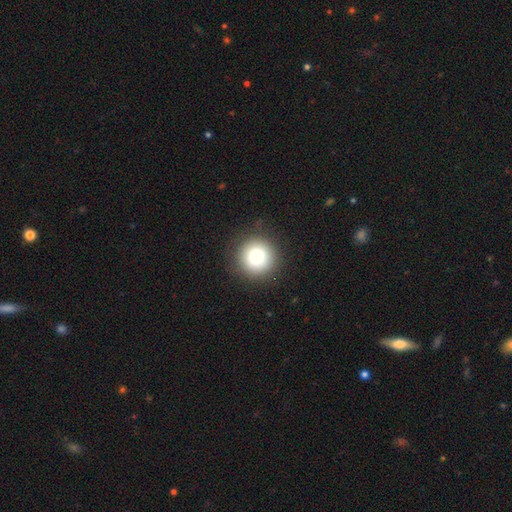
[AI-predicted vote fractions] smooth_or_featured: smooth (p=0.80) [alt: star or artifact p=0.11]
how_rounded: round (p=0.96) [alt: in between p=0.03]
merging: none (p=0.90) [alt: minor disturbance p=0.07]